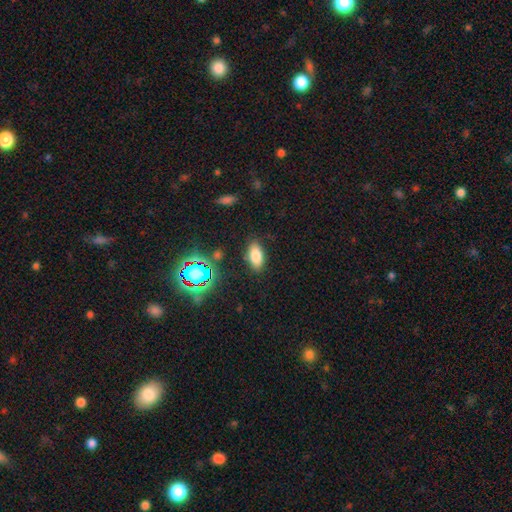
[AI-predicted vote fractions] A smooth galaxy with no disk features (77%) that is in between round and cigar-shaped (87%). Merging: none (85%).